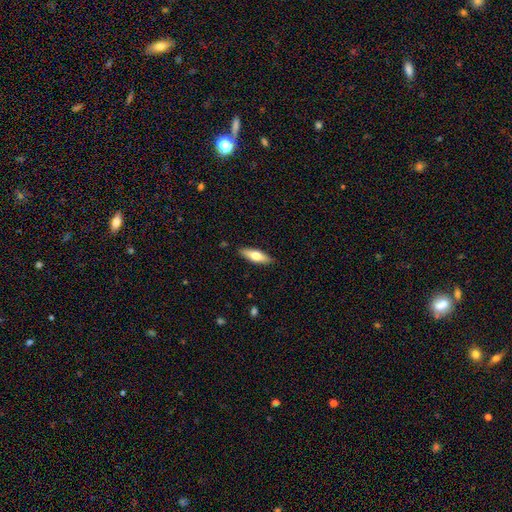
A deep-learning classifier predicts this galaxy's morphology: Smooth or featured? smooth (58%)
How rounded? in between (49%, tied with cigar-shaped)
Merging? none (89%)